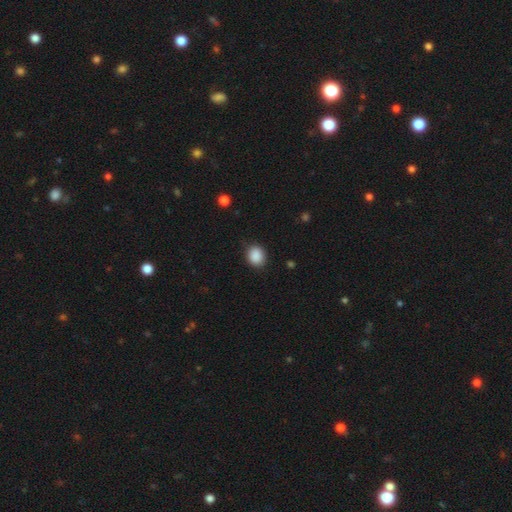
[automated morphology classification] Smooth or featured?
  - smooth: 89% *
  - star or artifact: 8%
  - featured or disk: 3%
How rounded?
  - round: 56% *
  - in between: 44%
  - cigar-shaped: 1%
Merging?
  - none: 85% *
  - minor disturbance: 11%
  - major disturbance: 3%
  - merger: 1%